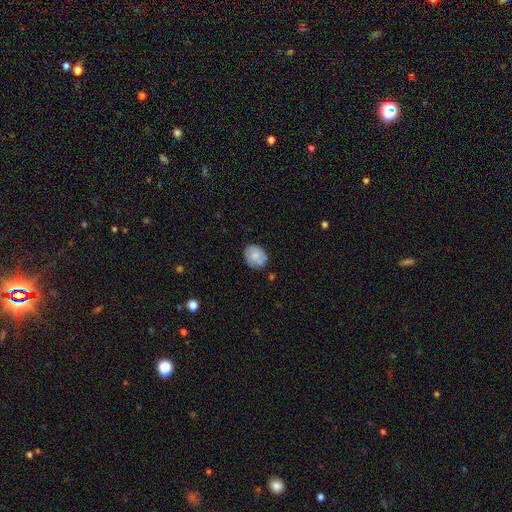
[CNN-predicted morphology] Smooth or featured? Predicted: smooth (p=0.68). How rounded? Predicted: round (p=0.54). Merging? Predicted: none (p=0.73).